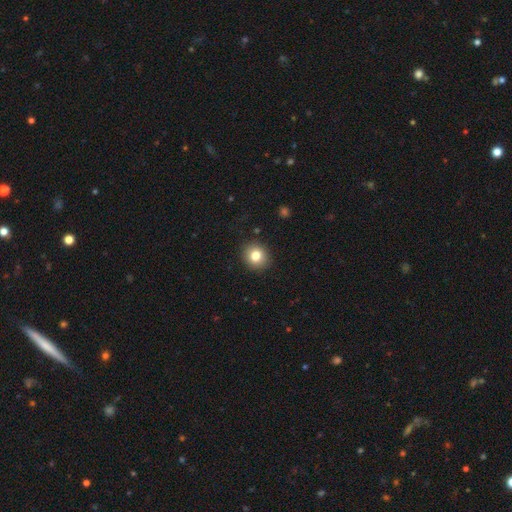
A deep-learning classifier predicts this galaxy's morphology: A smooth galaxy with no disk features (80%) that is round (81%). Merging: none (90%).